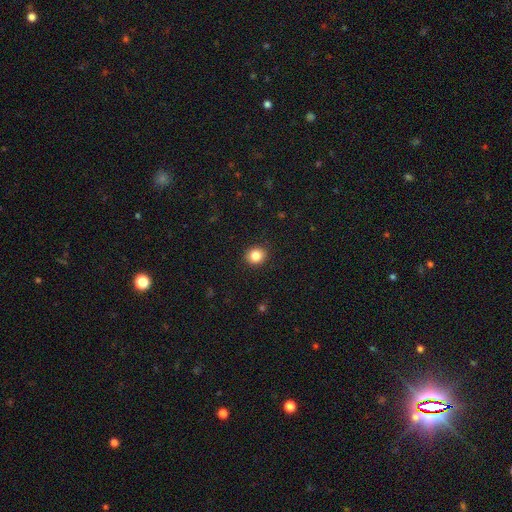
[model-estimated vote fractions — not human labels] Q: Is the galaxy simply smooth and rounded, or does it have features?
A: smooth — 85%.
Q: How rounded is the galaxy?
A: round — 79%.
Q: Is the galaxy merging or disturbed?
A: none — 91%.